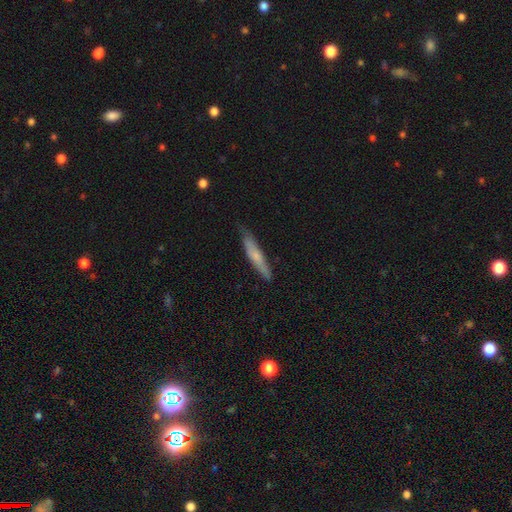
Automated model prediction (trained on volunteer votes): This appears to be a smooth galaxy with no disk features (57%) that is cigar-shaped (92%). Merging: none (77%).